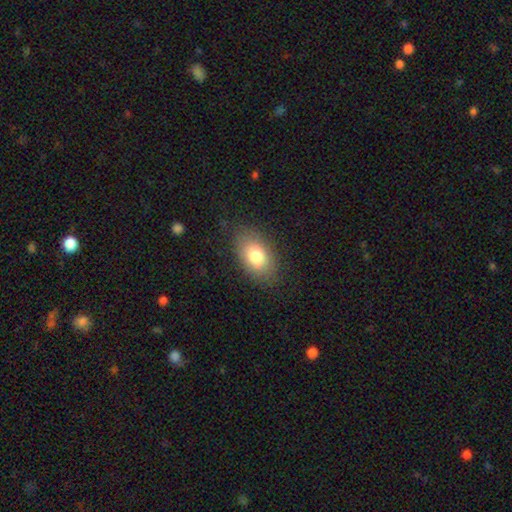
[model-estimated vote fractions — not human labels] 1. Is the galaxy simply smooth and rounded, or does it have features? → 79% smooth, 12% featured or disk, 8% star or artifact.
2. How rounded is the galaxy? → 89% in between, 9% round, 2% cigar-shaped.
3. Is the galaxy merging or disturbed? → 81% none, 14% minor disturbance, 4% major disturbance, 1% merger.